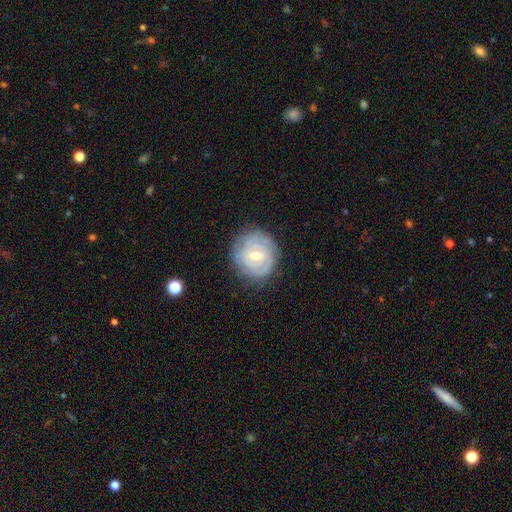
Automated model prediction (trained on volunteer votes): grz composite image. It shows a featured or disk galaxy (75%) with a weak bar (45%), tight (79%) spiral arms (86%) and a moderate central bulge (60%). Merging: none (80%).